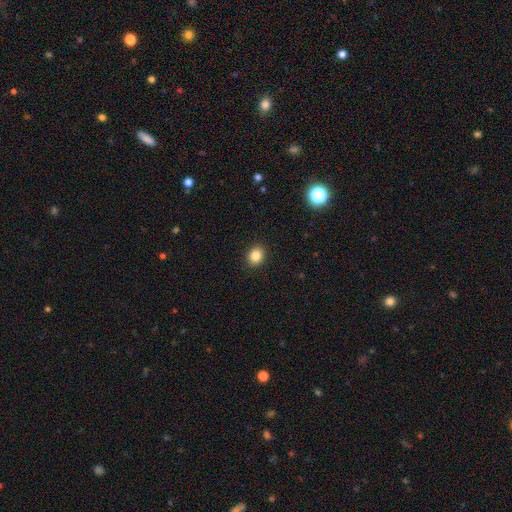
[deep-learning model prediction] Morphology: type=smooth (85%); roundness=round (57%); merging=none (91%).